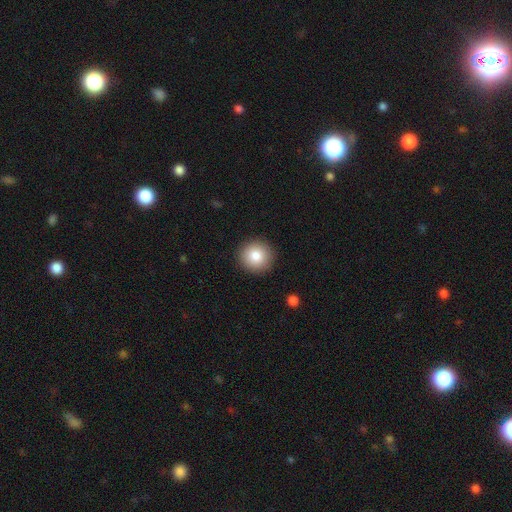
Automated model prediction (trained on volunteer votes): A smooth galaxy with no disk features (83%) that is round (94%). Merging: none (92%).